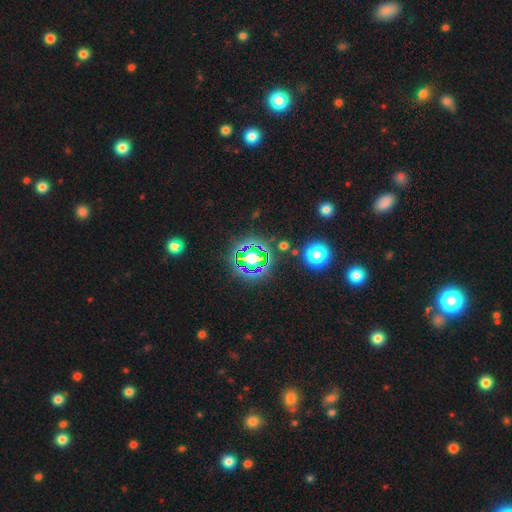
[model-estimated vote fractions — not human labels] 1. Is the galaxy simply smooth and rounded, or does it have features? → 78% star or artifact, 14% smooth, 8% featured or disk.